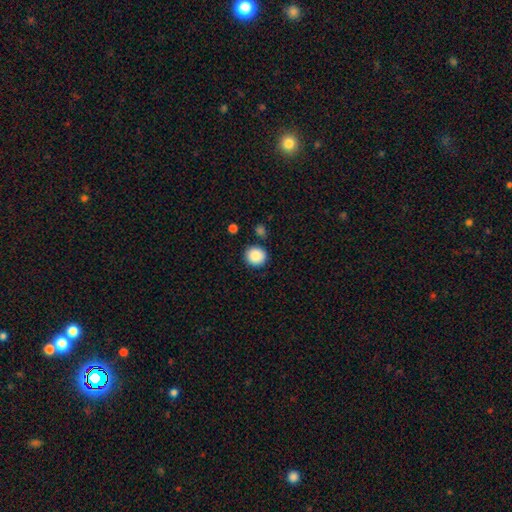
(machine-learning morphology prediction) smooth-or-featured: smooth: 88% | star or artifact: 8% | featured or disk: 4%
  how-rounded: round: 90% | in between: 9% | cigar-shaped: 1%
  merging: none: 86% | minor disturbance: 8% | merger: 4% | major disturbance: 2%